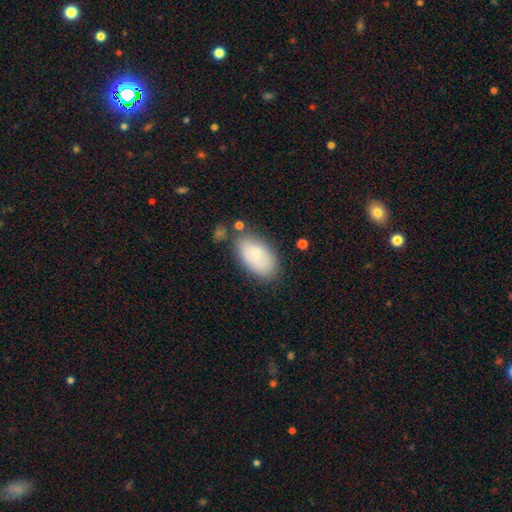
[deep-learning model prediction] This is likely a smooth galaxy (67%). How rounded: clearly in between (93%). Merging: likely none (70%).